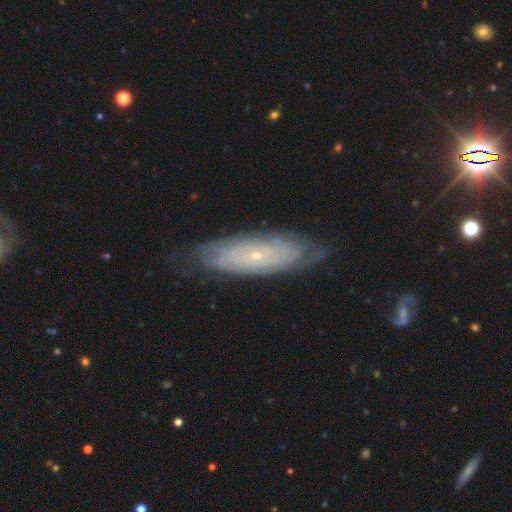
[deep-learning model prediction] This appears to be a featured or disk galaxy (71%) with no bar (85%), spiral arms (79%) and a small central bulge (86%). Merging: none (76%).